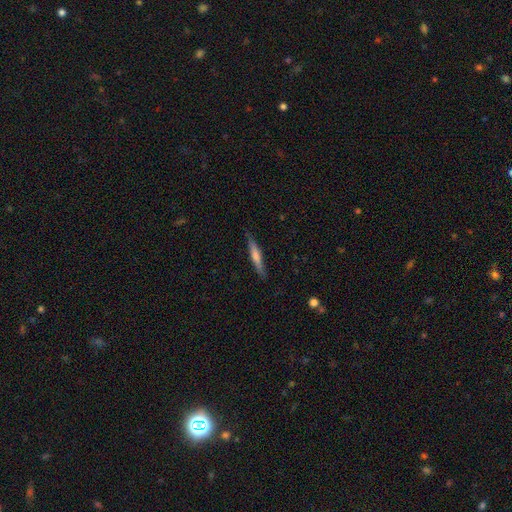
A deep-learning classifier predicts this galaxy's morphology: This is possibly a featured or disk galaxy (49%). Merging: clearly none (87%).